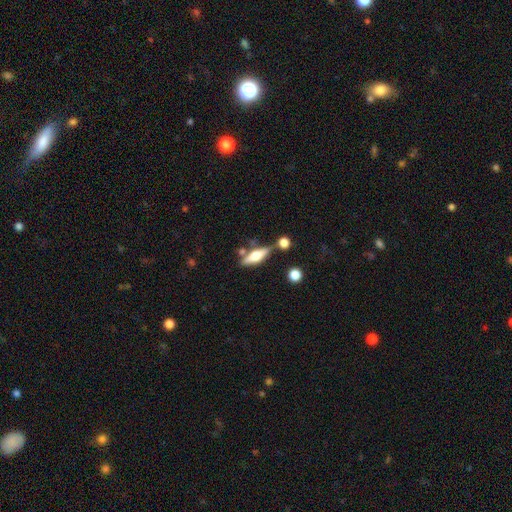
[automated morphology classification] A featured or disk galaxy (51%) viewed edge-on (91%). Merging: none (71%).